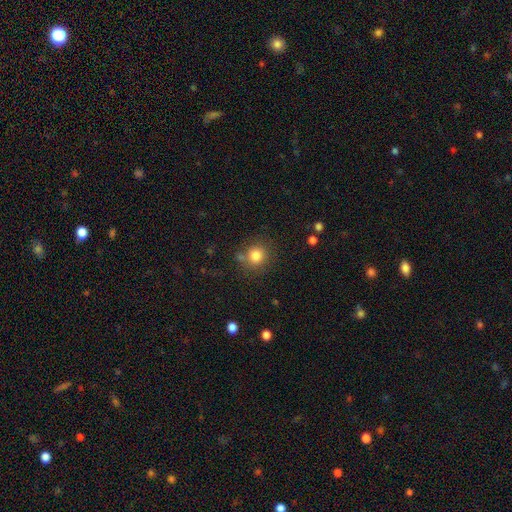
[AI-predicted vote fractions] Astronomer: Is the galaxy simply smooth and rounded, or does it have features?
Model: smooth — 81%.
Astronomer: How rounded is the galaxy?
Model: round — 87%.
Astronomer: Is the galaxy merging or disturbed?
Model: none — 75%.